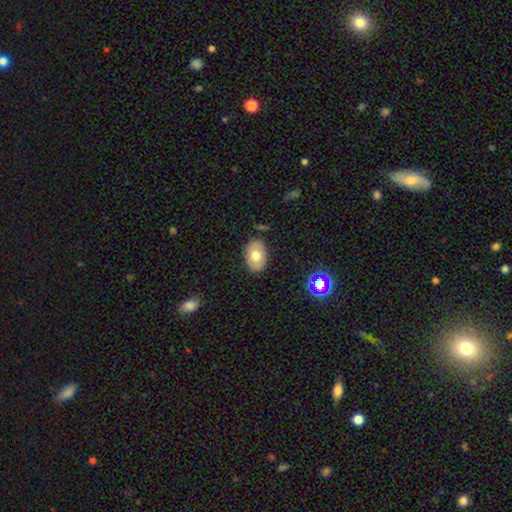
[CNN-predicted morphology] smooth_or_featured: smooth (p=0.71) [alt: featured or disk p=0.21]
how_rounded: in between (p=0.84) [alt: round p=0.15]
merging: none (p=0.84) [alt: minor disturbance p=0.11]